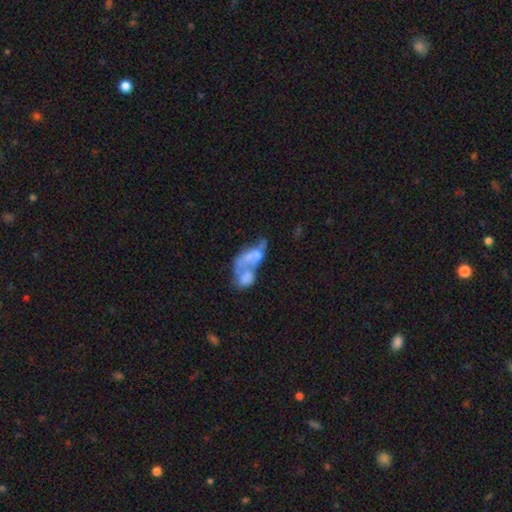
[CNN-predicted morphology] Smooth or featured?
  - featured or disk: 52% *
  - smooth: 36%
  - star or artifact: 12%
Edge-on disk?
  - no: 96% *
  - yes: 4%
Merging?
  - merger: 62% *
  - major disturbance: 18%
  - none: 12%
  - minor disturbance: 8%